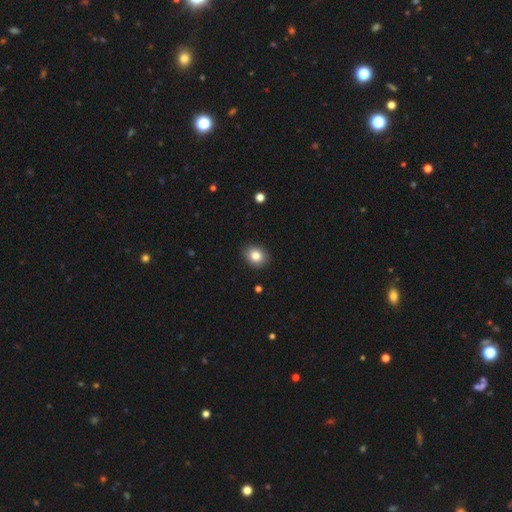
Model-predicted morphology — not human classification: Smooth or featured?
  - smooth: 84% *
  - star or artifact: 10%
  - featured or disk: 6%
How rounded?
  - round: 64% *
  - in between: 35%
  - cigar-shaped: 1%
Merging?
  - none: 89% *
  - minor disturbance: 8%
  - major disturbance: 2%
  - merger: 1%